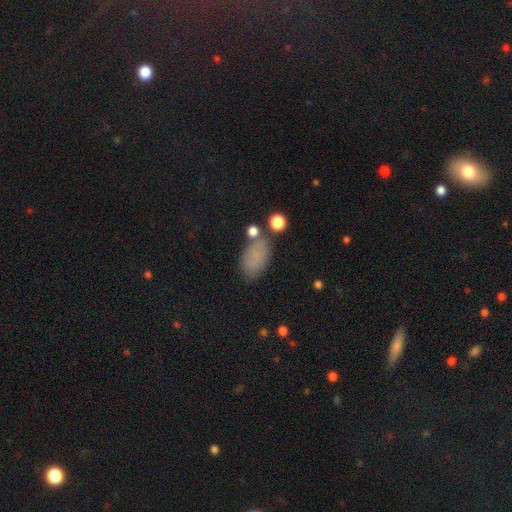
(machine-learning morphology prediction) smooth_or_featured: smooth (p=0.71) [alt: star or artifact p=0.16]
how_rounded: in between (p=0.89) [alt: round p=0.08]
merging: none (p=0.65) [alt: minor disturbance p=0.19]